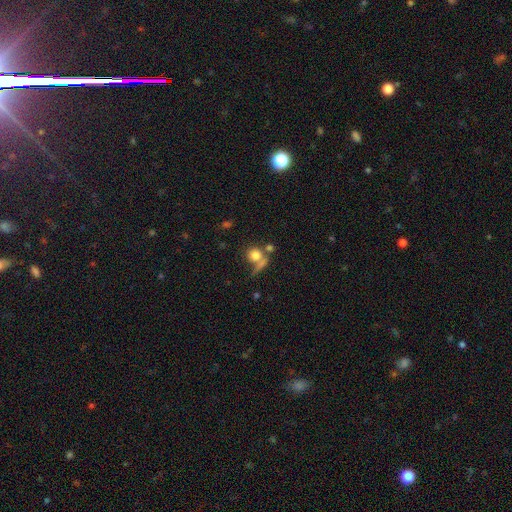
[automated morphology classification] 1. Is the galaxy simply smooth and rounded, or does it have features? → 76% smooth, 14% featured or disk, 10% star or artifact.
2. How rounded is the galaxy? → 82% round, 15% in between, 3% cigar-shaped.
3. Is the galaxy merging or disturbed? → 45% none, 32% merger, 12% major disturbance, 11% minor disturbance.